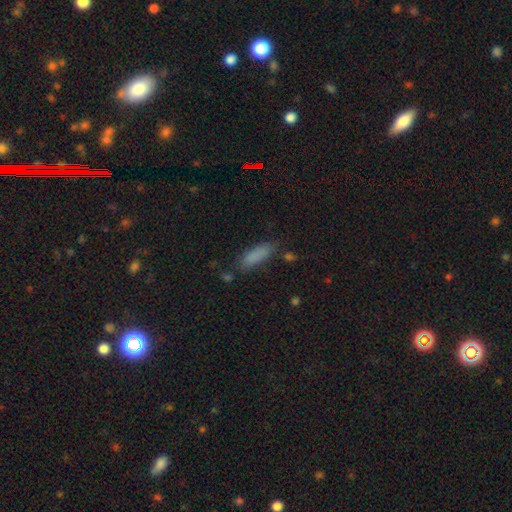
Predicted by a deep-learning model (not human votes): smooth-or-featured: smooth: 83% | star or artifact: 10% | featured or disk: 7%
  how-rounded: cigar-shaped: 52% | in between: 46% | round: 2%
  merging: none: 73% | minor disturbance: 18% | major disturbance: 5% | merger: 4%